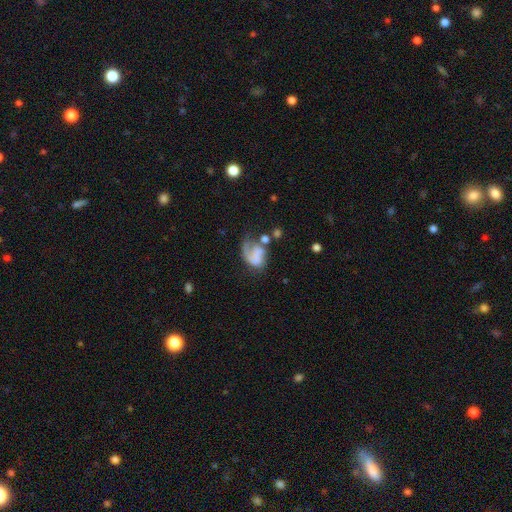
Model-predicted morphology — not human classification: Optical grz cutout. It shows a featured or disk galaxy (48%). Merging: major disturbance (40%).